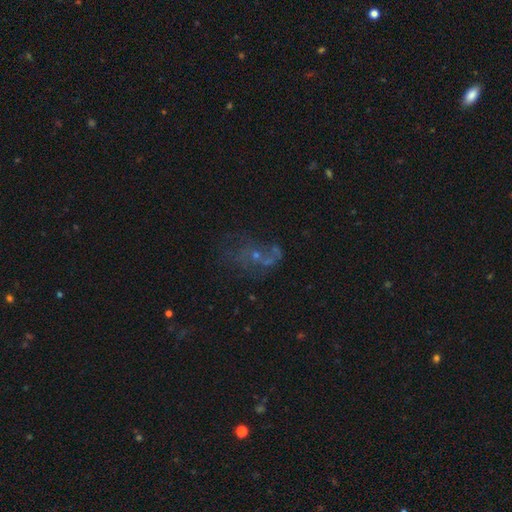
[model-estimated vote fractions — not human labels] smooth-or-featured: featured or disk: 46% | star or artifact: 28% | smooth: 26%
  merging: none: 39% | major disturbance: 32% | minor disturbance: 16% | merger: 12%